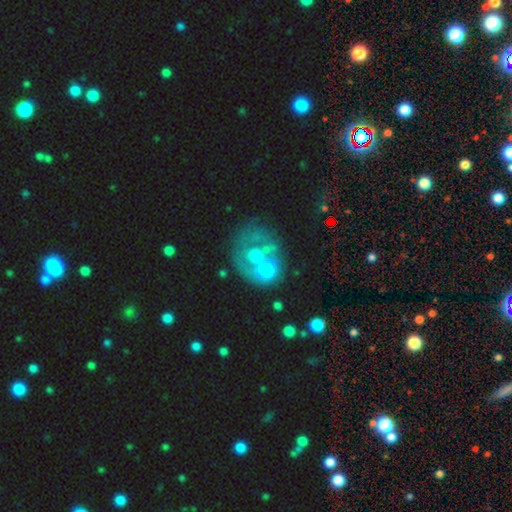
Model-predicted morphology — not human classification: type=featured or disk (44%); merging=none (42%).